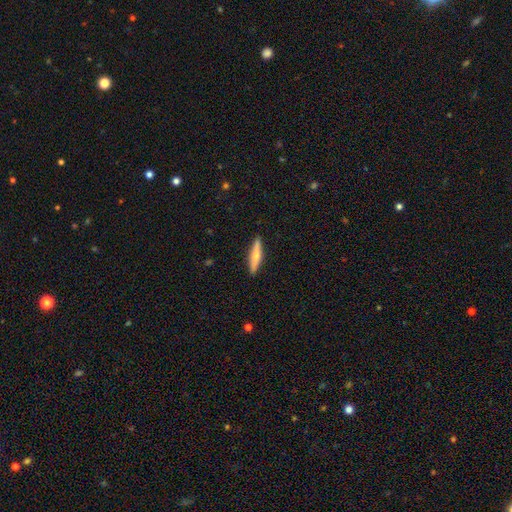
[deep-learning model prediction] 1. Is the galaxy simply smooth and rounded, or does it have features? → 55% smooth, 40% featured or disk, 6% star or artifact.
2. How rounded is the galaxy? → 85% cigar-shaped, 14% in between, 2% round.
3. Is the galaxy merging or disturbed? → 90% none, 7% minor disturbance, 2% major disturbance, 1% merger.